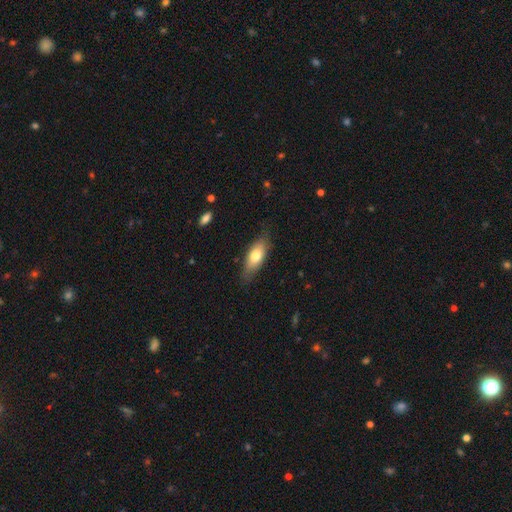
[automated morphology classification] type=smooth (71%); roundness=in between (76%); merging=none (76%).